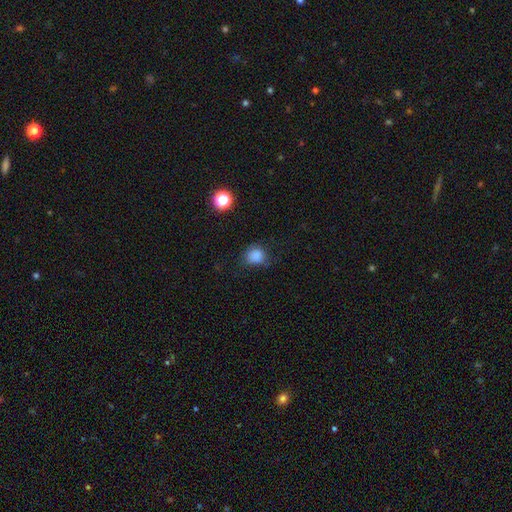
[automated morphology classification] Smooth or featured? Predicted: smooth (p=0.83). How rounded? Predicted: round (p=0.75). Merging? Predicted: none (p=0.66).